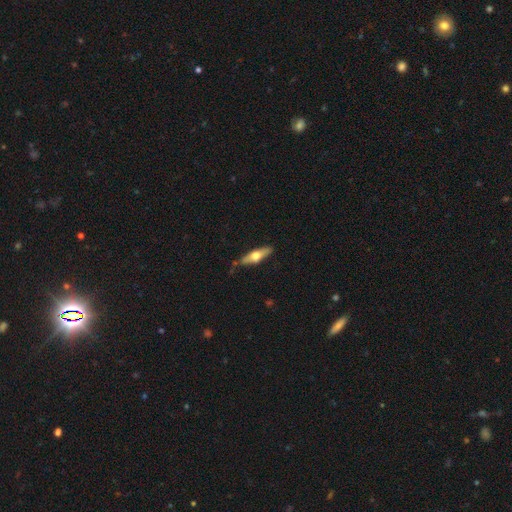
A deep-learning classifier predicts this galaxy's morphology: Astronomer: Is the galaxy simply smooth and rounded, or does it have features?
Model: smooth — 50% (runner-up: featured or disk, 45%).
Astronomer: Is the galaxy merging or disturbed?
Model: none — 79%.